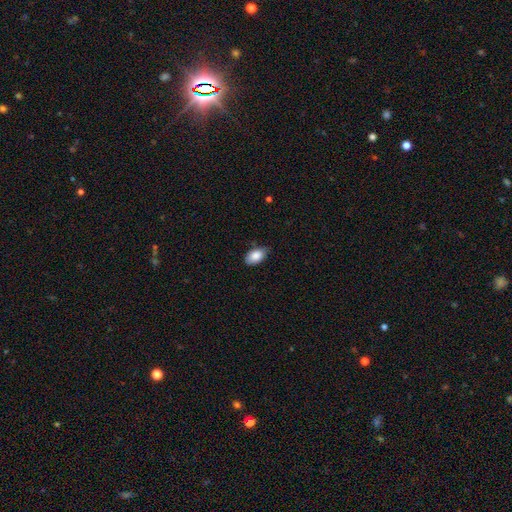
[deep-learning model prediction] The model was most divided on "merging": none: 73%, minor disturbance: 22%, major disturbance: 3%, merger: 1%. More confident: how rounded — in between (93%); smooth or featured — smooth (87%).